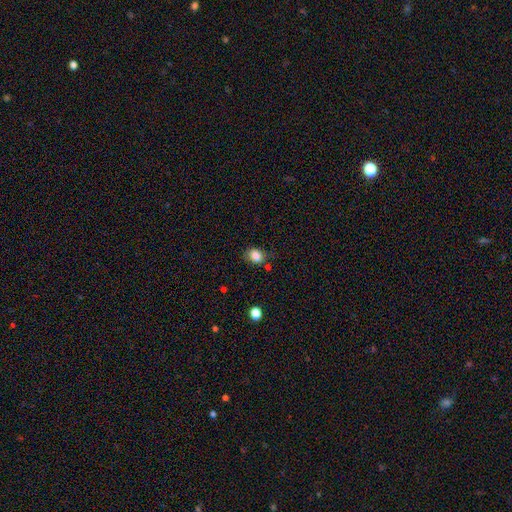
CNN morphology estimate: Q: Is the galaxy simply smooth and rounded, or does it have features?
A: smooth — 84%.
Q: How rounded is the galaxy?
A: in between — 56%.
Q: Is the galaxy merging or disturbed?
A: none — 67%.